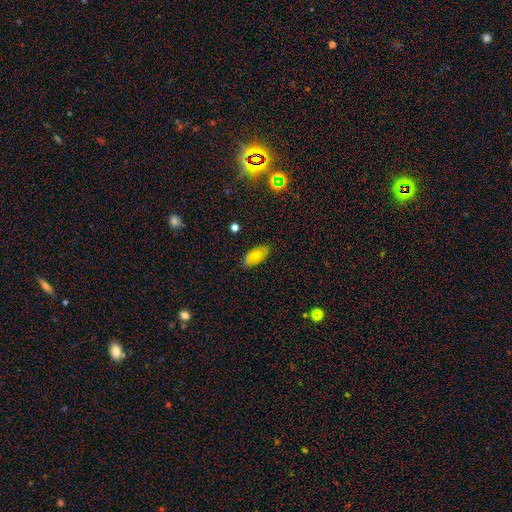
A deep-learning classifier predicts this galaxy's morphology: Smooth or featured? Predicted: smooth (p=0.66). How rounded? Predicted: in between (p=0.91). Merging? Predicted: none (p=0.80).